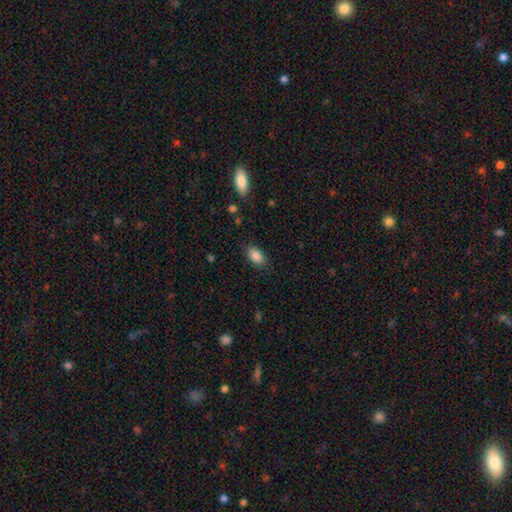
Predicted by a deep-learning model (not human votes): A smooth galaxy with no disk features (87%) that is in between round and cigar-shaped (90%).

Vote fractions:
- Smooth or featured? smooth: 87% / star or artifact: 8% / featured or disk: 5%
- How rounded? in between: 90% / round: 8% / cigar-shaped: 2%
- Merging? none: 83% / minor disturbance: 12% / major disturbance: 3% / merger: 1%